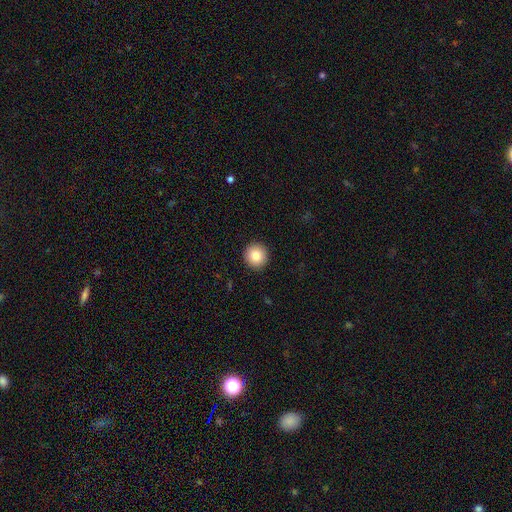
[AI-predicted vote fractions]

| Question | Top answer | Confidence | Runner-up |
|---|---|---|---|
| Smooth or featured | smooth | 83% | star or artifact (9%) |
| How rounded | round | 95% | in between (4%) |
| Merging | none | 93% | minor disturbance (4%) |